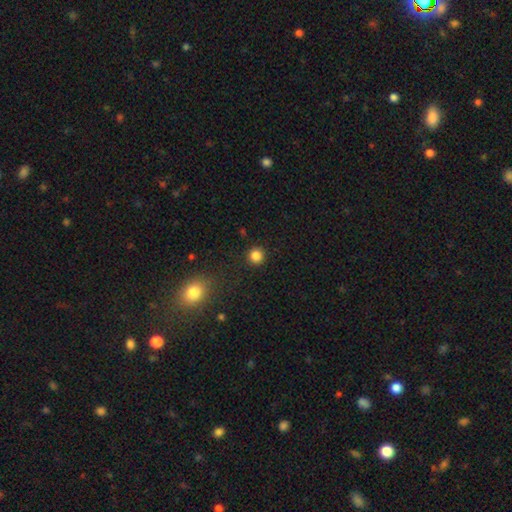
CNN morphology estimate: Smooth or featured?
  - smooth: 83% *
  - star or artifact: 13%
  - featured or disk: 4%
How rounded?
  - round: 94% *
  - in between: 5%
  - cigar-shaped: 1%
Merging?
  - none: 91% *
  - minor disturbance: 5%
  - major disturbance: 2%
  - merger: 2%